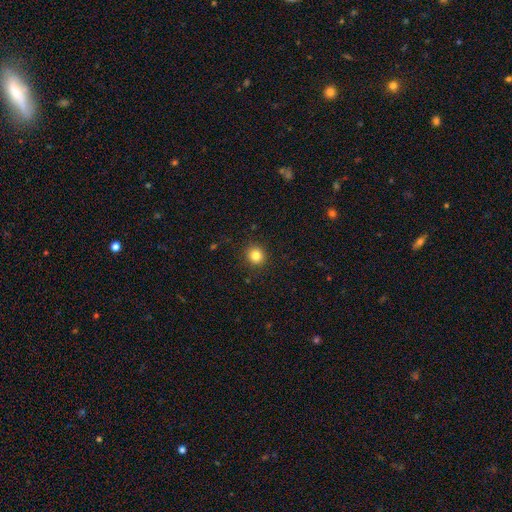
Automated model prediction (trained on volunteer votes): smooth-or-featured: smooth: 83% | star or artifact: 12% | featured or disk: 6%
  how-rounded: round: 90% | in between: 9% | cigar-shaped: 1%
  merging: none: 91% | minor disturbance: 6% | major disturbance: 2% | merger: 1%